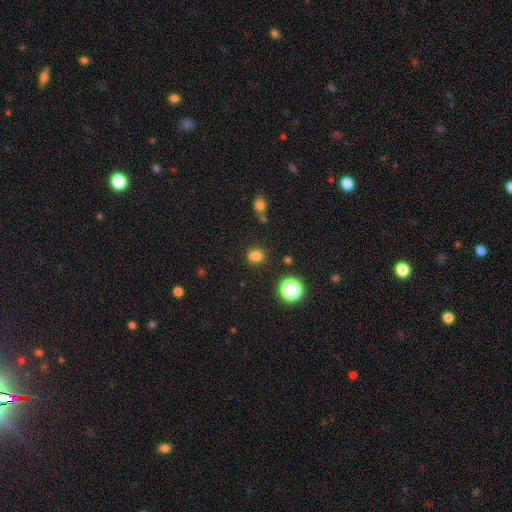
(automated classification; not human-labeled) smooth-or-featured: smooth: 73% | star or artifact: 19% | featured or disk: 7%
  how-rounded: round: 50% | in between: 48% | cigar-shaped: 2%
  merging: none: 62% | merger: 18% | minor disturbance: 15% | major disturbance: 5%